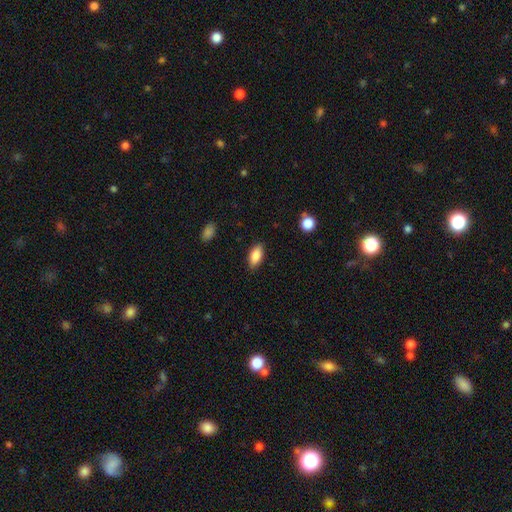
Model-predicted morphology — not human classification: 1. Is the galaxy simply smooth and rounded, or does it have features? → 85% smooth, 8% featured or disk, 7% star or artifact.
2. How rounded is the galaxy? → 87% in between, 10% cigar-shaped, 3% round.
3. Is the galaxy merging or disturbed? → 86% none, 11% minor disturbance, 2% major disturbance, 1% merger.